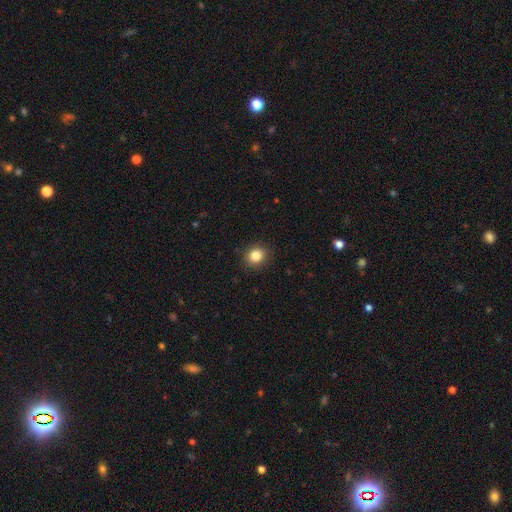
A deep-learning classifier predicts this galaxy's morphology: The model was most divided on "how rounded": round: 79%, in between: 21%, cigar-shaped: 1%. More confident: merging — none (90%); smooth or featured — smooth (83%).